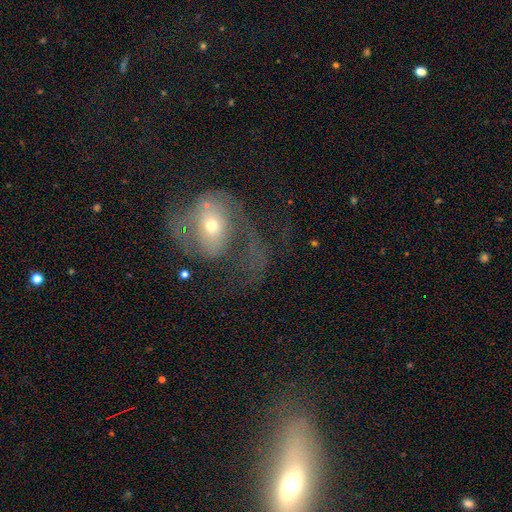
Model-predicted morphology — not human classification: smooth-or-featured: featured or disk: 69% | smooth: 19% | star or artifact: 12%
  disk-edge-on: no: 96% | yes: 4%
    bar: no: 57% | weak: 29% | strong: 14%
    has-spiral-arms: yes: 75% | no: 25%
      spiral-winding: medium: 41% | loose: 40% | tight: 19%
      spiral-arm-count: 2: 54% | 1: 21% | can't tell: 17% | 3: 4% | 4: 2% | more than 4: 2%
    bulge-size: small: 47% (tied) | moderate: 47% (tied) | large: 4% | dominant: 1% | none: 1%
  merging: major disturbance: 47% | none: 33% | minor disturbance: 15% | merger: 5%